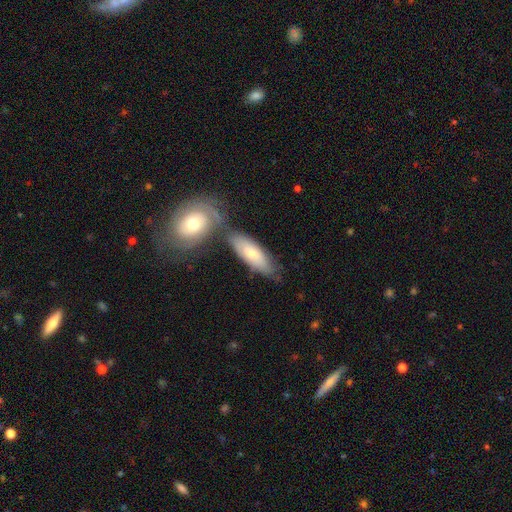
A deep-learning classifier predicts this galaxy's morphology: Smooth or featured? Predicted: smooth (p=0.65). How rounded? Predicted: in between (p=0.67). Merging? Predicted: none (p=0.53).